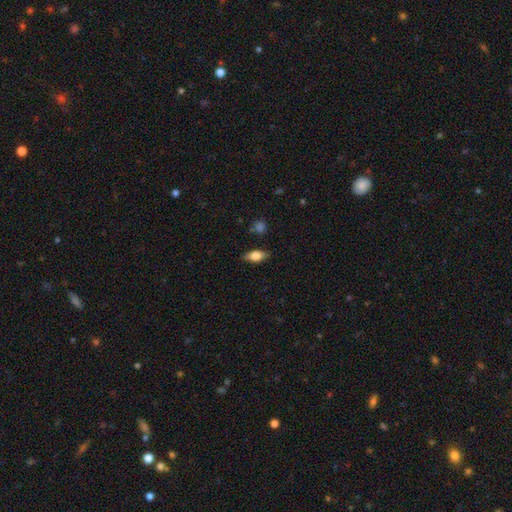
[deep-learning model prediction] A smooth galaxy with no disk features (70%) that is in between round and cigar-shaped (82%). Merging: none (85%).